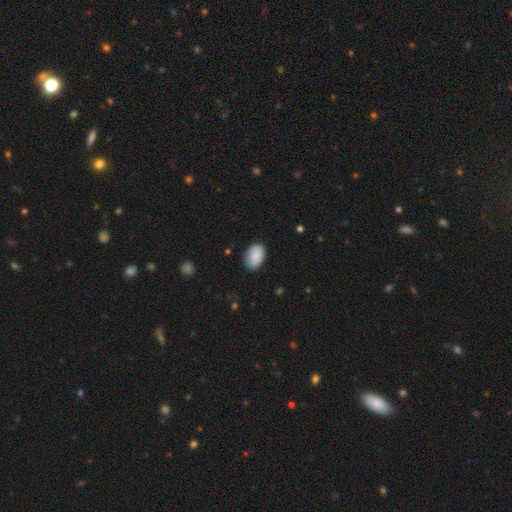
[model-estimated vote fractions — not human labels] This appears to be a smooth galaxy with no disk features (84%) that is in between round and cigar-shaped (91%). Merging: none (78%).